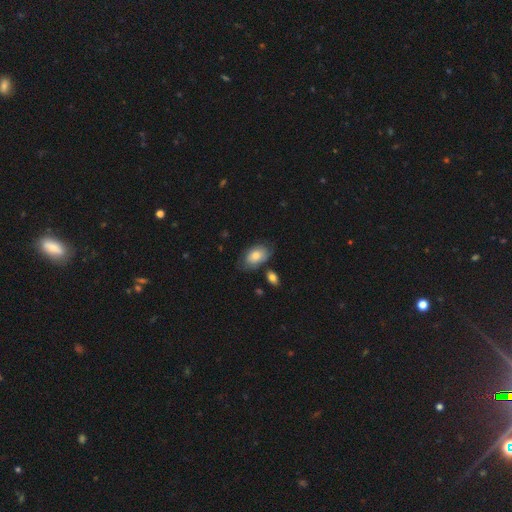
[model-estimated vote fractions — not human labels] The model was most divided on "merging": none: 65%, minor disturbance: 22%, merger: 7%, major disturbance: 6%. More confident: how rounded — in between (90%); smooth or featured — smooth (77%).